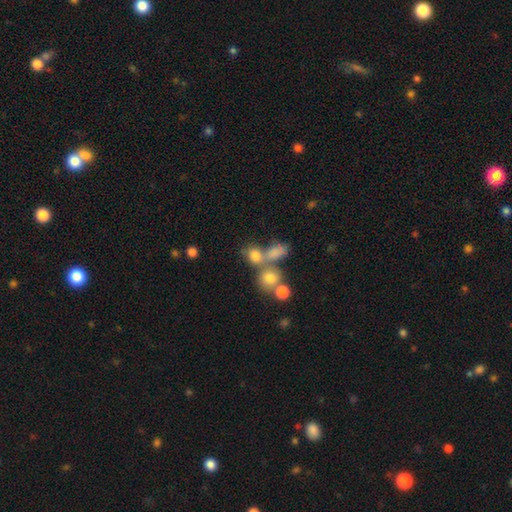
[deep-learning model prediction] smooth_or_featured: smooth (p=0.74) [alt: star or artifact p=0.13]
how_rounded: round (p=0.56) [alt: in between p=0.42]
merging: merger (p=0.44) [alt: none p=0.40]